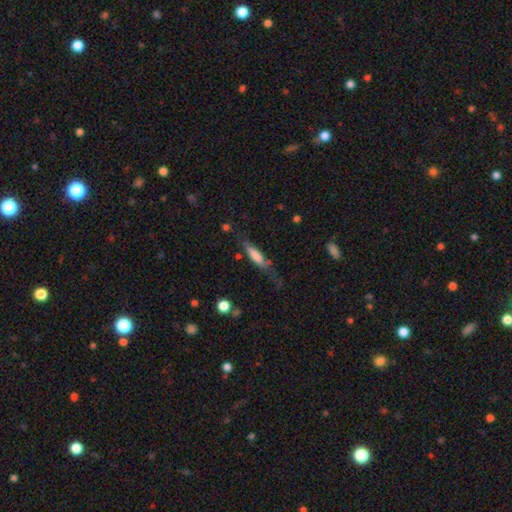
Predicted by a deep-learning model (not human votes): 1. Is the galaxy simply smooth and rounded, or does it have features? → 66% smooth, 28% featured or disk, 7% star or artifact.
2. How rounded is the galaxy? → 71% cigar-shaped, 27% in between, 2% round.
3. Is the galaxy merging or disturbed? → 51% none, 30% minor disturbance, 15% major disturbance, 3% merger.